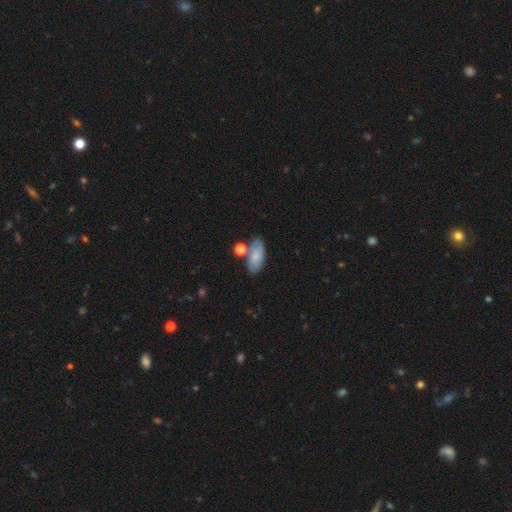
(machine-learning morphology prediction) smooth 78%, featured or disk 15%, star or artifact 7%. Down the decision tree: how rounded — in between (88%); merging — none (66%).